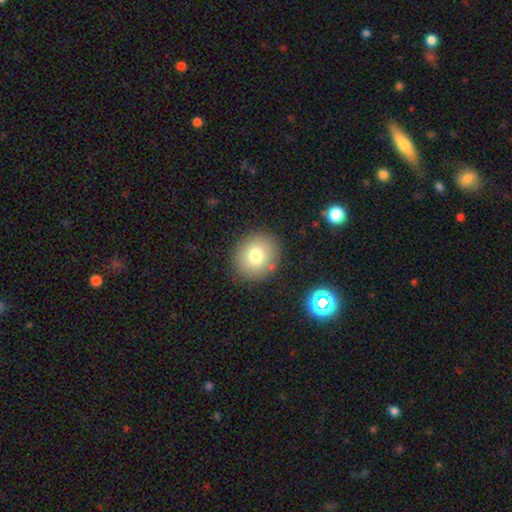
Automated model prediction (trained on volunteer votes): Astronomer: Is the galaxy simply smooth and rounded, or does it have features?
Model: smooth — 76%.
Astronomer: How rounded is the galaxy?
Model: round — 87%.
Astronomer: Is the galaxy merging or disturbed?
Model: none — 88%.